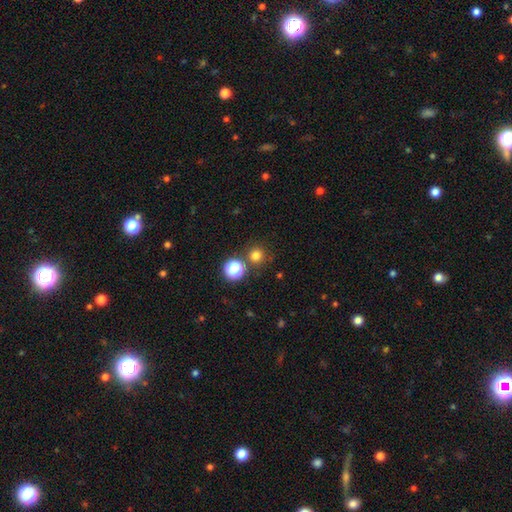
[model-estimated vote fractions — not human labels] The model was most divided on "smooth or featured": smooth: 76%, star or artifact: 19%, featured or disk: 5%. More confident: how rounded — round (94%); merging — none (80%).